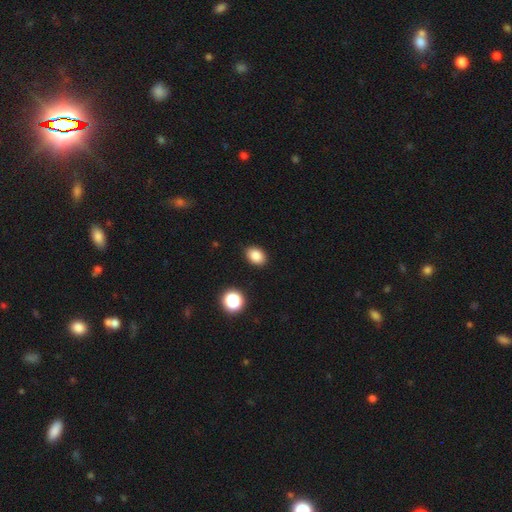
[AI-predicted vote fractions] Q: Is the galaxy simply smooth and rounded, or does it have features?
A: smooth — 85%.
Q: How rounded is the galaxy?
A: in between — 77%.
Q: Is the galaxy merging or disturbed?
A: none — 89%.